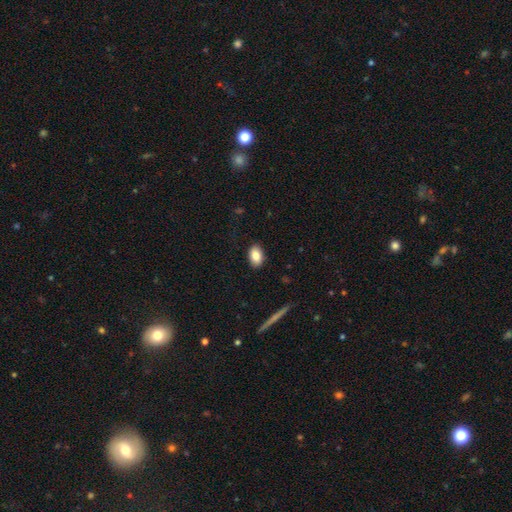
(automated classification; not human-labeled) Smooth or featured? smooth (84%)
How rounded? in between (90%)
Merging? none (88%)